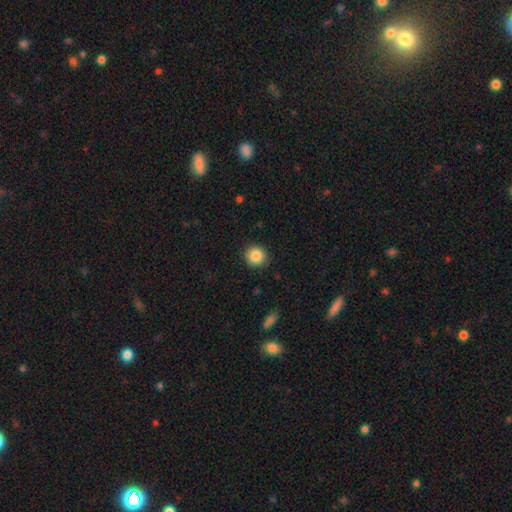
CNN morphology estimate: smooth 87%, star or artifact 9%, featured or disk 4%. Down the decision tree: how rounded — round (91%); merging — none (90%).